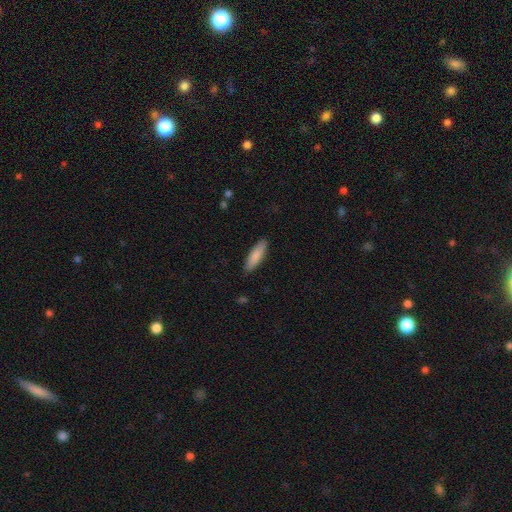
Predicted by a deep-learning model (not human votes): smooth_or_featured: smooth (p=0.85) [alt: featured or disk p=0.10]
how_rounded: cigar-shaped (p=0.58) [alt: in between p=0.41]
merging: none (p=0.89) [alt: minor disturbance p=0.08]